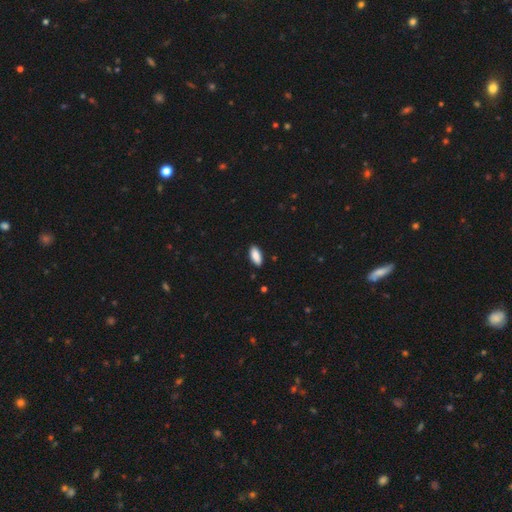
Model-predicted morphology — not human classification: smooth_or_featured: smooth (p=0.89) [alt: star or artifact p=0.06]
how_rounded: in between (p=0.86) [alt: cigar-shaped p=0.12]
merging: none (p=0.88) [alt: minor disturbance p=0.09]